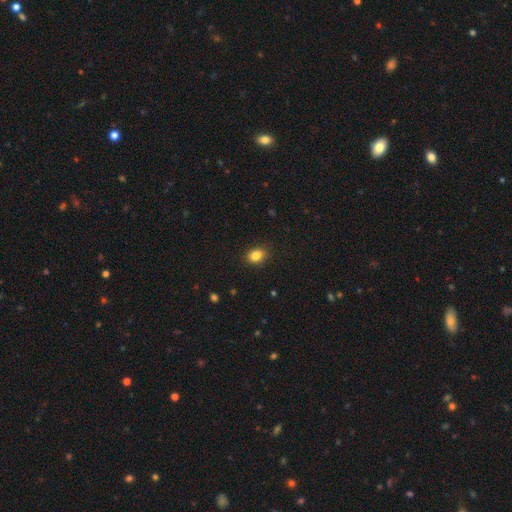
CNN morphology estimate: smooth 85%, star or artifact 10%, featured or disk 5%. Down the decision tree: how rounded — in between (68%); merging — none (87%).